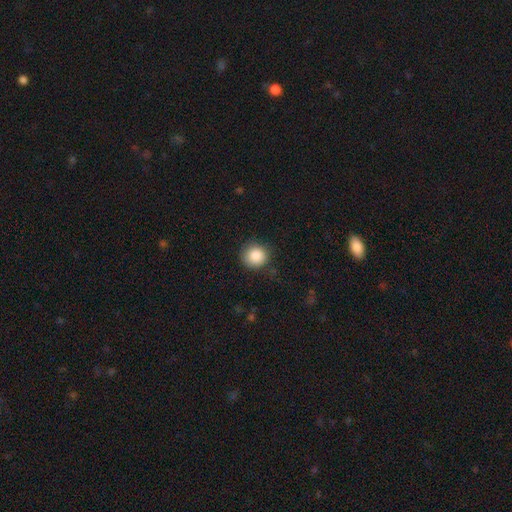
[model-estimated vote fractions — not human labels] Overall: smooth (87%). How rounded: round (91%). Merging: none (86%).